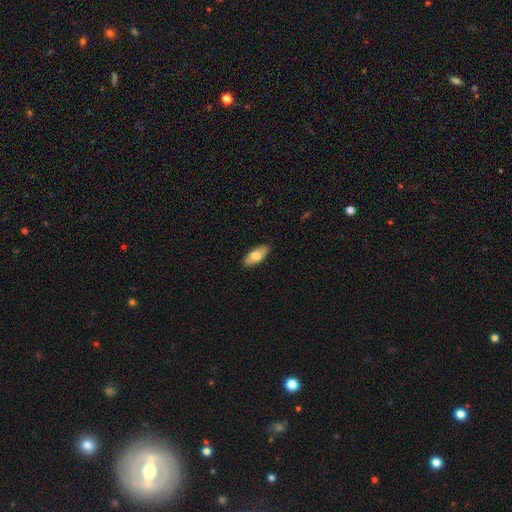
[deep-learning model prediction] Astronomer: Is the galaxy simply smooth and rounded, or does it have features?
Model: smooth — 73%.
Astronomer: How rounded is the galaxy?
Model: in between — 83%.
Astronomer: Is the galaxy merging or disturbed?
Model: none — 89%.